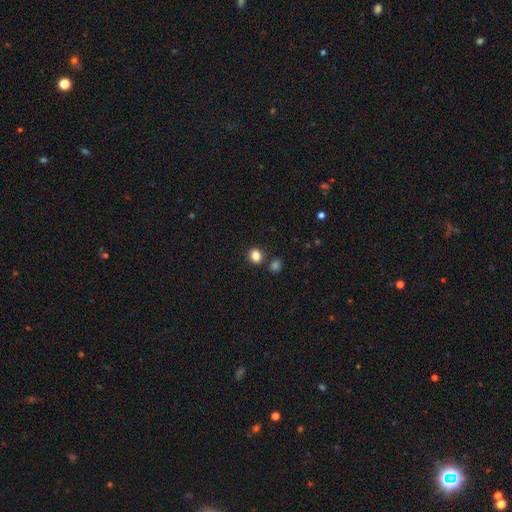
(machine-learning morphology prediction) This appears to be a smooth galaxy with no disk features (84%) that is round (65%). Merging: none (80%).